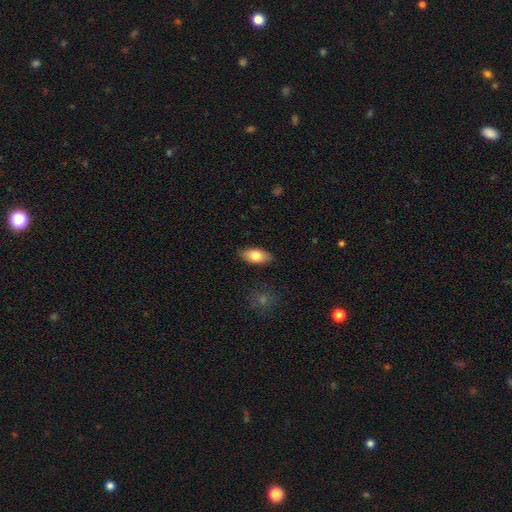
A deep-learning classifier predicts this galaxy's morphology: Overall: smooth (81%). How rounded: in between (92%). Merging: none (87%).